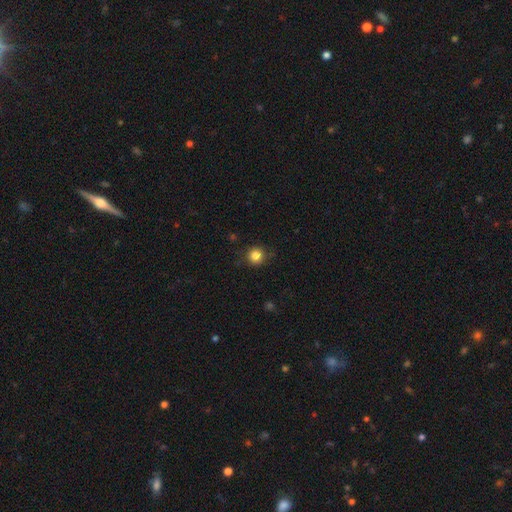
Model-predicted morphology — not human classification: smooth-or-featured: smooth: 84% | star or artifact: 12% | featured or disk: 4%
  how-rounded: round: 93% | in between: 6% | cigar-shaped: 1%
  merging: none: 86% | minor disturbance: 10% | major disturbance: 3% | merger: 1%